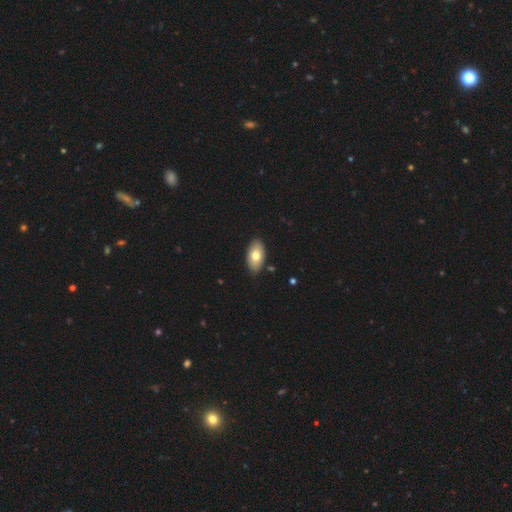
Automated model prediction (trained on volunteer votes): smooth 74%, featured or disk 20%, star or artifact 6%. Down the decision tree: how rounded — in between (94%); merging — none (88%).